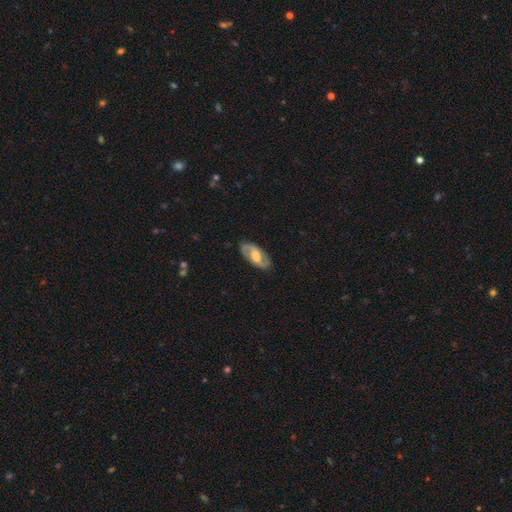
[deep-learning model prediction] This is likely a featured or disk galaxy (74%). It is clearly not viewed edge-on (92%). Bar: possibly weak (46%). Spiral arm pattern: clearly yes (86%). Spiral arm count: clearly 2 (90%). Spiral winding: possibly medium (48%). Central bulge: possibly moderate (59%). Merging: clearly none (86%).